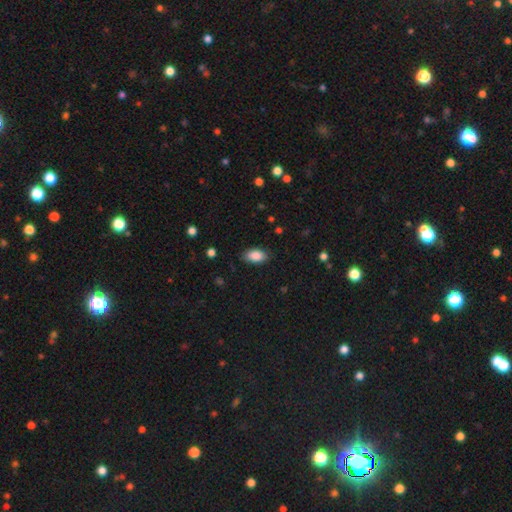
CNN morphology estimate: The model was most divided on "merging": none: 85%, minor disturbance: 12%, major disturbance: 3%, merger: 1%. More confident: how rounded — in between (93%); smooth or featured — smooth (88%).